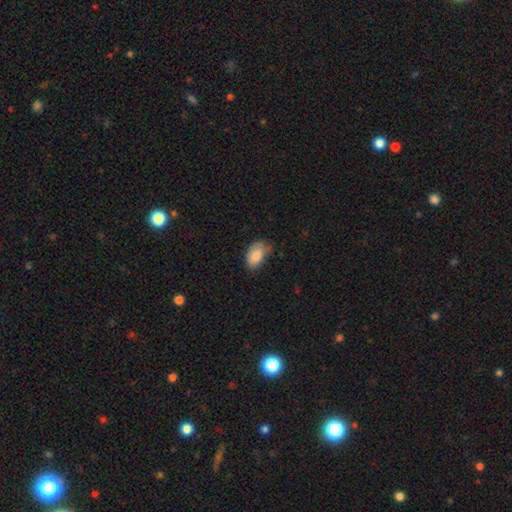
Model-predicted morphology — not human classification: Smooth or featured? smooth (84%)
How rounded? in between (92%)
Merging? none (57%)